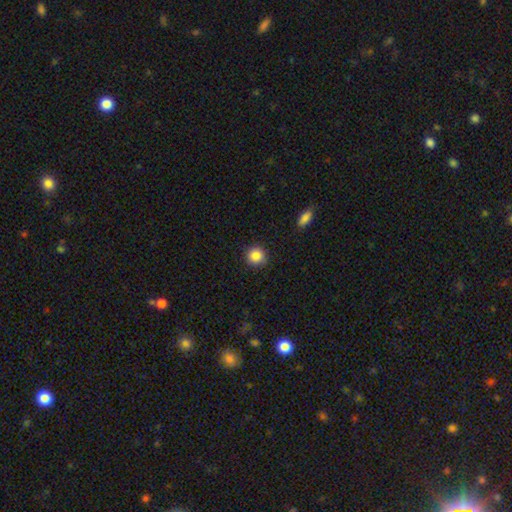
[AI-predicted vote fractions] Smooth or featured? smooth (87%)
How rounded? round (93%)
Merging? none (91%)